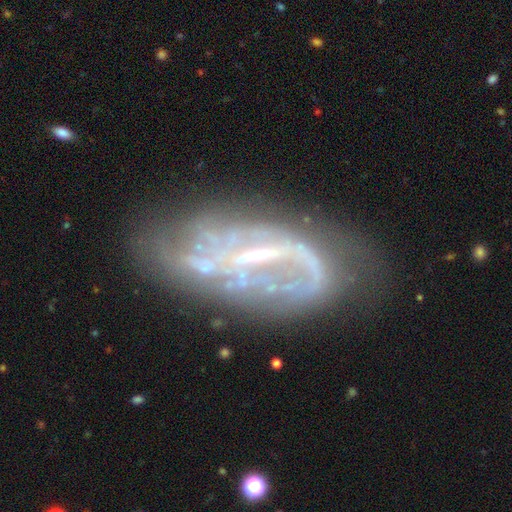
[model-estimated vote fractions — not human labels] smooth-or-featured: featured or disk: 75% | smooth: 14% | star or artifact: 11%
  disk-edge-on: no: 92% | yes: 8%
    bar: weak: 35% (tied) | strong: 35% (tied) | no: 30%
    has-spiral-arms: yes: 59% | no: 41%
    bulge-size: small: 40% | none: 39% | moderate: 18% | large: 2% | dominant: 1%
  merging: none: 47% | major disturbance: 26% | minor disturbance: 22% | merger: 6%